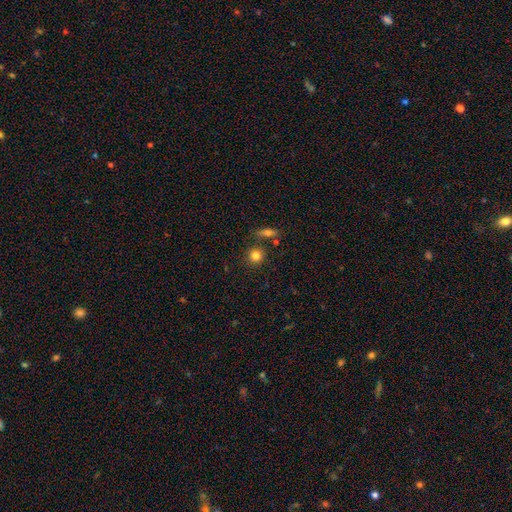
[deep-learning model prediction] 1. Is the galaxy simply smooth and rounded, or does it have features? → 81% smooth, 11% star or artifact, 8% featured or disk.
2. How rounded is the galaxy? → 90% round, 9% in between, 1% cigar-shaped.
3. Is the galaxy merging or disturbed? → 80% none, 9% merger, 8% minor disturbance, 3% major disturbance.